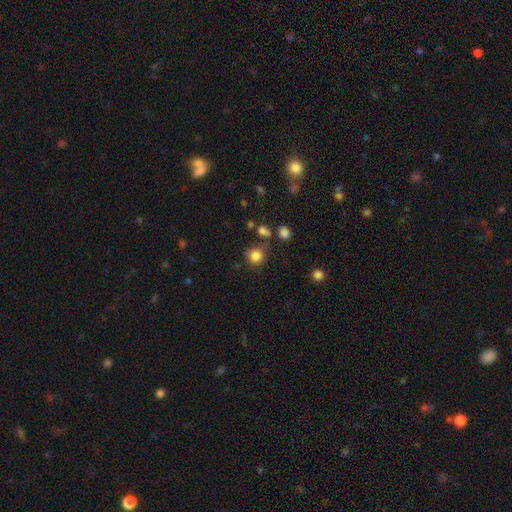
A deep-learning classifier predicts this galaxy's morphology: Smooth or featured? smooth (83%)
How rounded? round (85%)
Merging? none (72%)